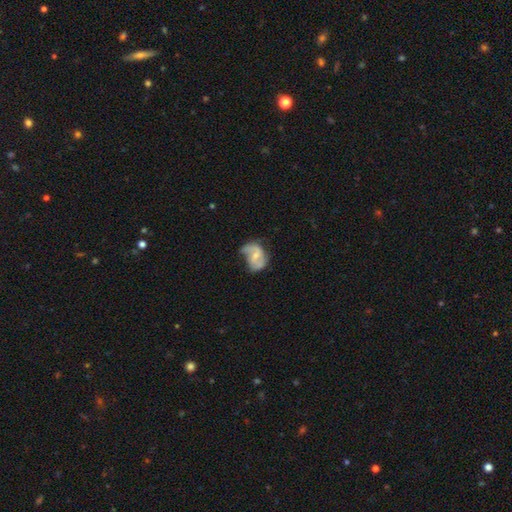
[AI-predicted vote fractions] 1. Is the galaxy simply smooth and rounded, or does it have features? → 61% featured or disk, 33% smooth, 7% star or artifact.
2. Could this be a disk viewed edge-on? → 97% no, 3% yes.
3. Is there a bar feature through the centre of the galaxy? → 44% no, 41% weak, 15% strong.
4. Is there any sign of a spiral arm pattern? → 73% yes, 27% no.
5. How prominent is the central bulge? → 52% small, 38% moderate, 7% none, 2% large, 1% dominant.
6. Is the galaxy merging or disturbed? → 34% none, 33% minor disturbance, 29% major disturbance, 3% merger.